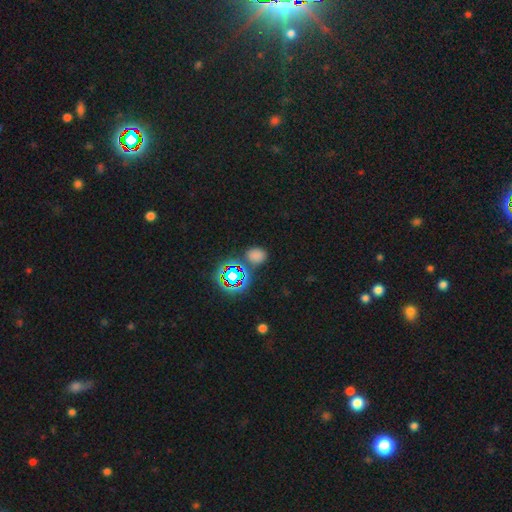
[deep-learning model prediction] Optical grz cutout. It shows a smooth galaxy with no disk features (62%) that is round (54%). Merging: none (74%).